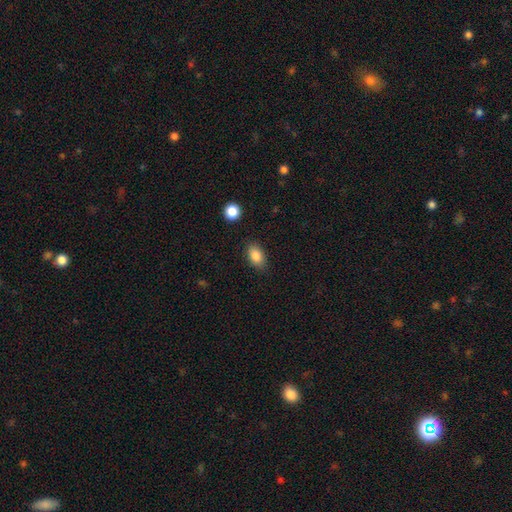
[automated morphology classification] A smooth galaxy with no disk features (85%) that is in between round and cigar-shaped (87%).

Vote fractions:
- Smooth or featured? smooth: 85% / star or artifact: 8% / featured or disk: 7%
- How rounded? in between: 87% / round: 11% / cigar-shaped: 2%
- Merging? none: 84% / minor disturbance: 12% / major disturbance: 3% / merger: 2%